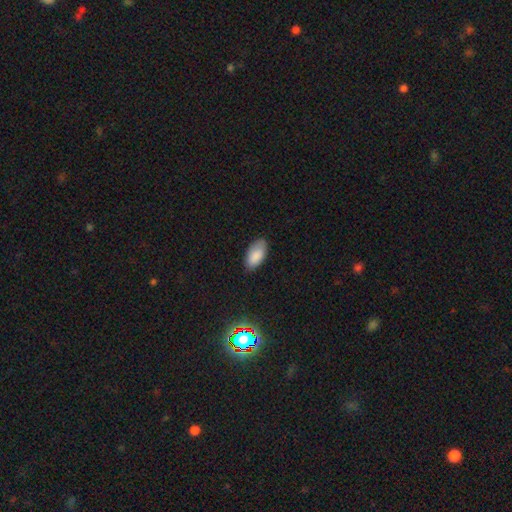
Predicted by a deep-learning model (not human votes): smooth-or-featured: smooth: 87% | star or artifact: 7% | featured or disk: 6%
  how-rounded: in between: 93% | cigar-shaped: 4% | round: 2%
  merging: none: 80% | minor disturbance: 16% | major disturbance: 3% | merger: 1%